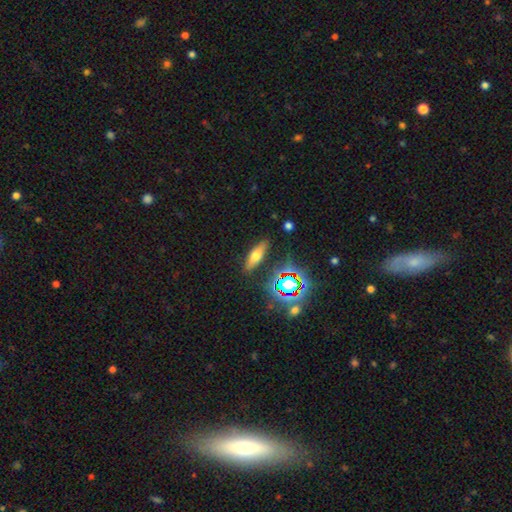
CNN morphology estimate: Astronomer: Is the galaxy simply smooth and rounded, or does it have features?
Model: smooth — 53% (runner-up: featured or disk, 28%).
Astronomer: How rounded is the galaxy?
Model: in between — 48% (runner-up: cigar-shaped, 46%).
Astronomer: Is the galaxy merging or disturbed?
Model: none — 86%.